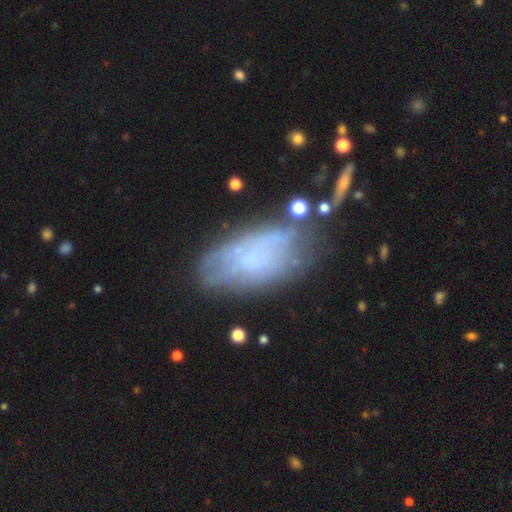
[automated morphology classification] smooth_or_featured: smooth (p=0.46) [alt: featured or disk p=0.44]
merging: none (p=0.56) [alt: minor disturbance p=0.25]